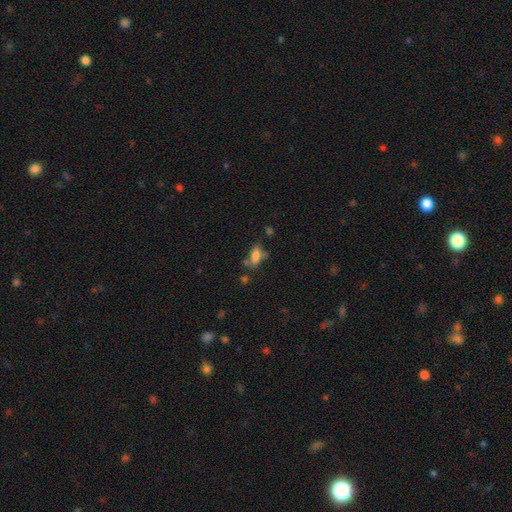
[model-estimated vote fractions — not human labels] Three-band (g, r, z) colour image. It shows a smooth galaxy with no disk features (67%) that is in between round and cigar-shaped (75%). Merging: none (48%).